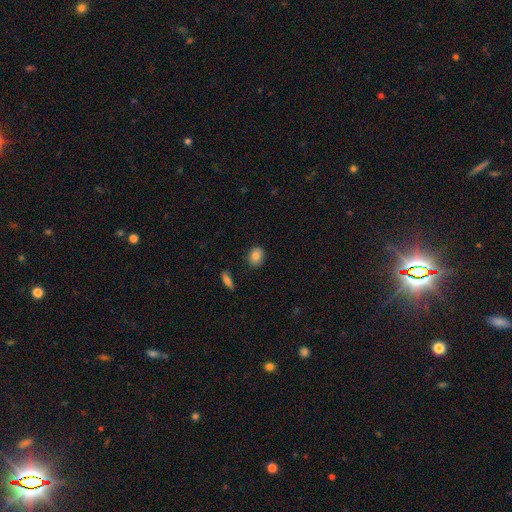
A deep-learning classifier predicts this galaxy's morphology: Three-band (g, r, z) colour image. It shows a smooth galaxy with no disk features (84%) that is round (57%). Merging: none (85%).